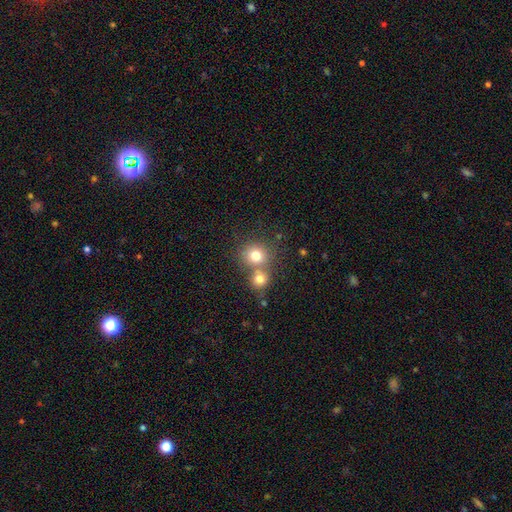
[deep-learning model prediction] Smooth or featured? Predicted: smooth (p=0.77). How rounded? Predicted: round (p=0.85). Merging? Predicted: none (p=0.50).